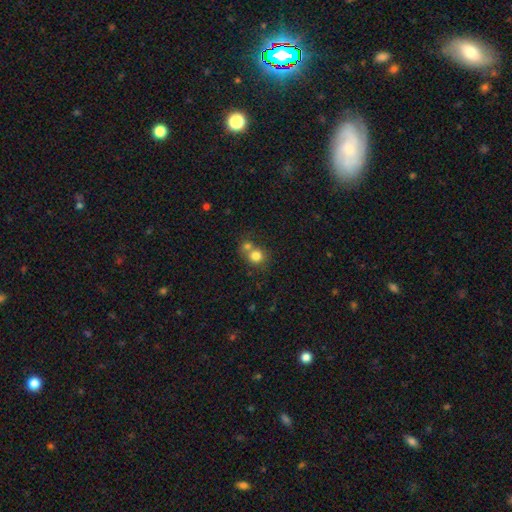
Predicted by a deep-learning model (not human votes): smooth-or-featured: smooth: 79% | star or artifact: 11% | featured or disk: 10%
  how-rounded: round: 83% | in between: 16% | cigar-shaped: 1%
  merging: merger: 49% | none: 40% | minor disturbance: 7% | major disturbance: 3%